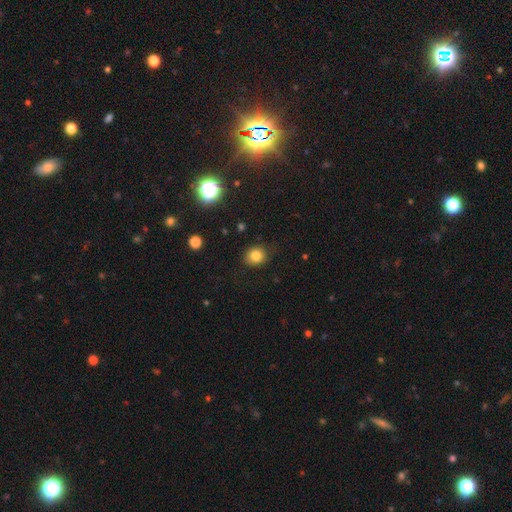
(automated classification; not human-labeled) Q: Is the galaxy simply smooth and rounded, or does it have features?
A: smooth — 82%.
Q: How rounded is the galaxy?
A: round — 75%.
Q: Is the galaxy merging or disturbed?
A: none — 82%.